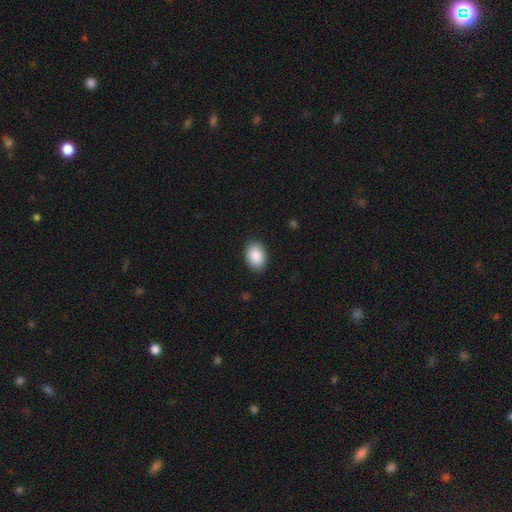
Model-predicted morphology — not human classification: smooth 90%, star or artifact 6%, featured or disk 3%. Down the decision tree: how rounded — in between (85%); merging — none (89%).